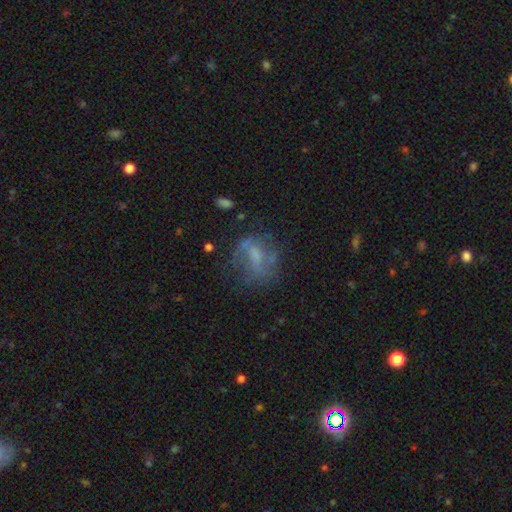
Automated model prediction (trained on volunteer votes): Smooth or featured?
  - featured or disk: 52% *
  - smooth: 35%
  - star or artifact: 13%
Edge-on disk?
  - no: 95% *
  - yes: 5%
Merging?
  - none: 52% *
  - minor disturbance: 22%
  - major disturbance: 21%
  - merger: 4%